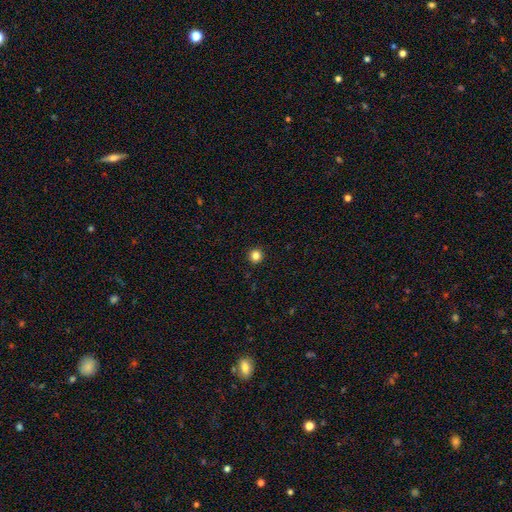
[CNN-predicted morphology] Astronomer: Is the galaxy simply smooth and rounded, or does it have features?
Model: smooth — 84%.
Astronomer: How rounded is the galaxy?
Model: round — 95%.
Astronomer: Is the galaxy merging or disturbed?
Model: none — 94%.